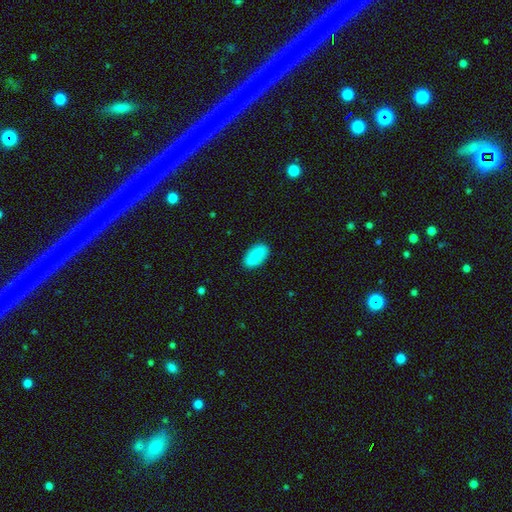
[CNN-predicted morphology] Smooth or featured: smooth — 88% (star or artifact — 6%)
How rounded: in between — 91% (cigar-shaped — 7%)
Merging: none — 88% (minor disturbance — 8%)